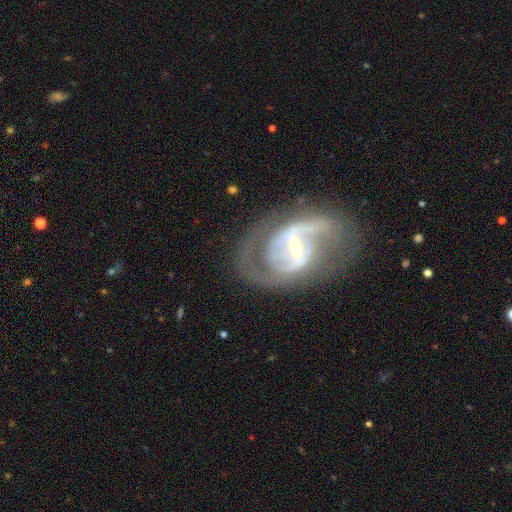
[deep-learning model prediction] Smooth or featured? Predicted: featured or disk (p=0.86). Edge-on disk? Predicted: no (p=0.97). Bar? Predicted: weak (p=0.44). Spiral arms? Predicted: yes (p=0.96). Spiral winding? Predicted: medium (p=0.51). Spiral arm count? Predicted: 2 (p=0.80). Bulge size? Predicted: small (p=0.60). Merging? Predicted: none (p=0.73).